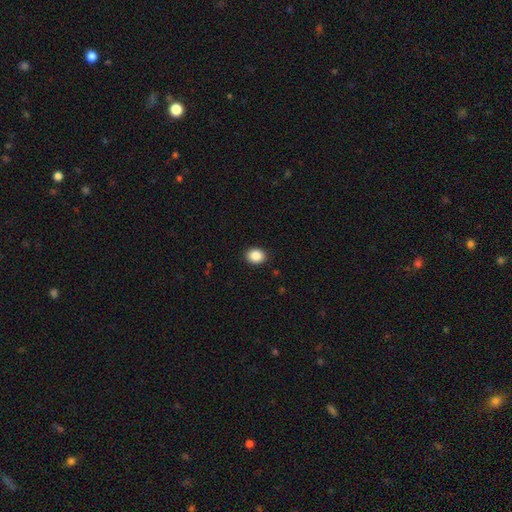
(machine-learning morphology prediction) Smooth or featured? smooth (88%)
How rounded? round (51%)
Merging? none (91%)